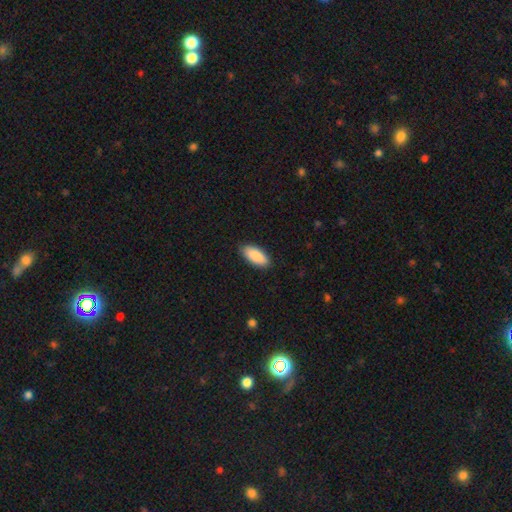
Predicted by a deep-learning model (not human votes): A smooth galaxy with no disk features (89%) that is in between round and cigar-shaped (88%).

Vote fractions:
- Smooth or featured? smooth: 89% / star or artifact: 6% / featured or disk: 6%
- How rounded? in between: 88% / cigar-shaped: 10% / round: 2%
- Merging? none: 88% / minor disturbance: 9% / major disturbance: 2% / merger: 1%